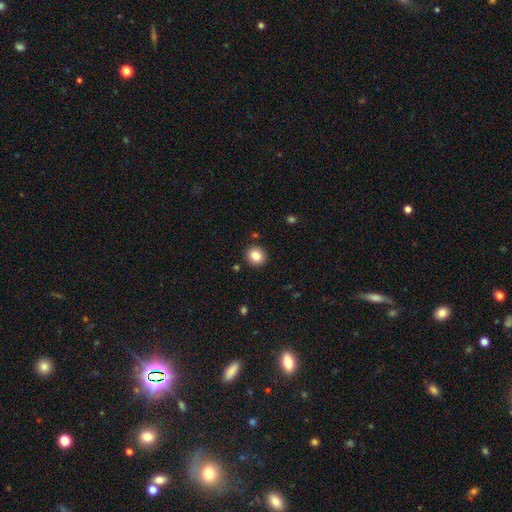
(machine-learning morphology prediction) smooth_or_featured: smooth (p=0.84) [alt: star or artifact p=0.10]
how_rounded: round (p=0.80) [alt: in between p=0.19]
merging: none (p=0.90) [alt: minor disturbance p=0.06]